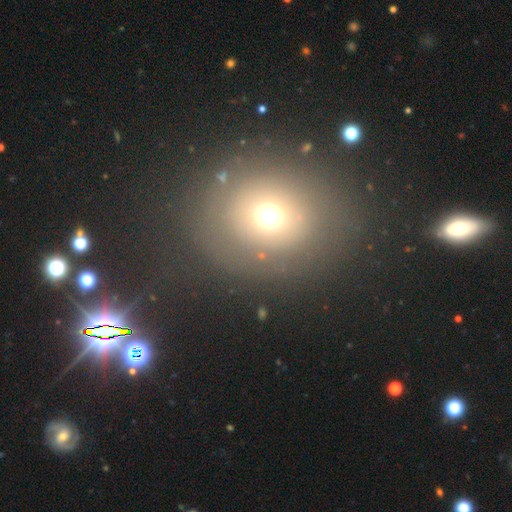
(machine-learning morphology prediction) smooth 54%, star or artifact 26%, featured or disk 20%. Down the decision tree: how rounded — round (73%); merging — none (83%).